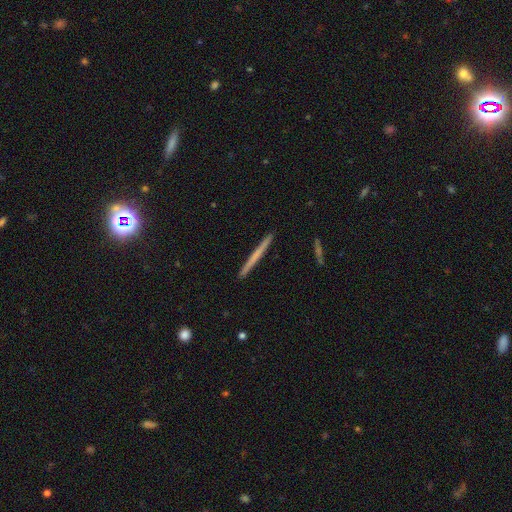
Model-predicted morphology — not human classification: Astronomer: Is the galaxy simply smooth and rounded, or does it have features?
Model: smooth — 52% (runner-up: featured or disk, 43%).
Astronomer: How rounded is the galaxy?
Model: cigar-shaped — 97%.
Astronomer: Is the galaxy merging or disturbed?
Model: none — 93%.